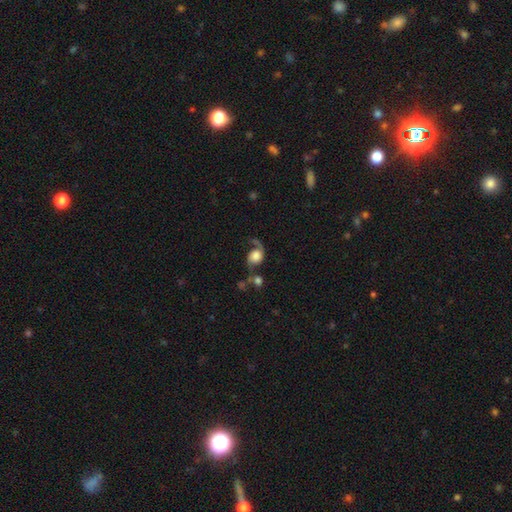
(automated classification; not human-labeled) Smooth or featured?
  - featured or disk: 56% *
  - smooth: 34%
  - star or artifact: 9%
Edge-on disk?
  - no: 97% *
  - yes: 3%
Bar?
  - no: 74% *
  - weak: 21%
  - strong: 5%
Spiral arms?
  - yes: 89% *
  - no: 11%
Bulge size?
  - large: 40% *
  - dominant: 21%
  - moderate: 17%
  - none: 12%
  - small: 9%
Merging?
  - none: 36% *
  - major disturbance: 29%
  - minor disturbance: 19%
  - merger: 15%